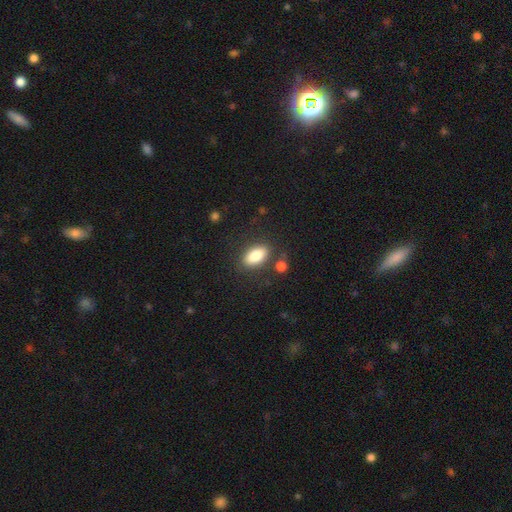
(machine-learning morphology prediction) Smooth or featured? smooth (83%)
How rounded? in between (90%)
Merging? none (81%)